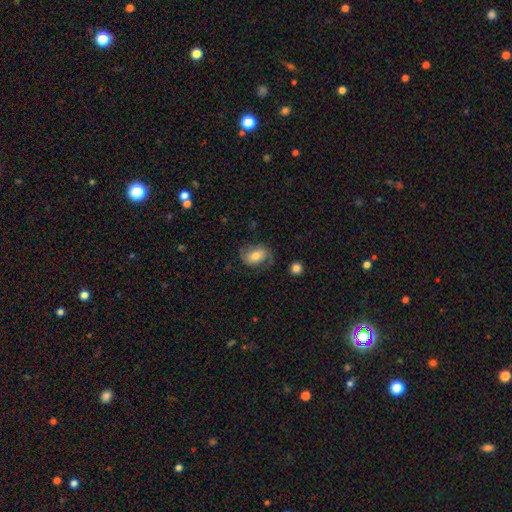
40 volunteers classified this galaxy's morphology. Q: Smooth or featured?
A: featured or disk (52%); runner-up: smooth (48%)
Q: Edge-on disk?
A: no (95%); runner-up: yes (5%)
Q: Bar?
A: no (55%); runner-up: weak (30%)
Q: Spiral arms?
A: yes (85%); runner-up: no (15%)
Q: Spiral winding?
A: medium (59%); runner-up: tight (29%)
Q: Spiral arm count?
A: 2 (59%); runner-up: 1 (35%)
Q: Bulge size?
A: moderate (65%); runner-up: small (25%)
Q: Merging?
A: none (45%); runner-up: major disturbance (42%)